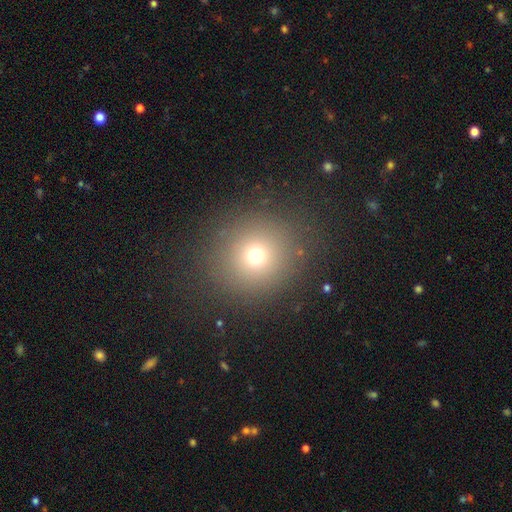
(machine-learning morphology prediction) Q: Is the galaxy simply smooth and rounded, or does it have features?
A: smooth — 70%.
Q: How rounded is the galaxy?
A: round — 90%.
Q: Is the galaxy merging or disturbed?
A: none — 86%.